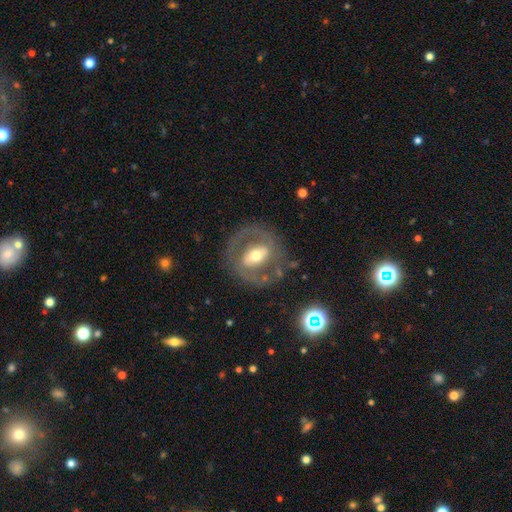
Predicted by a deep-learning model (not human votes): featured or disk 74%, smooth 20%, star or artifact 6%. Down the decision tree: edge-on disk — no (94%); bar — strong (45%); spiral arms — yes (57%); bulge size — moderate (64%); merging — none (73%).